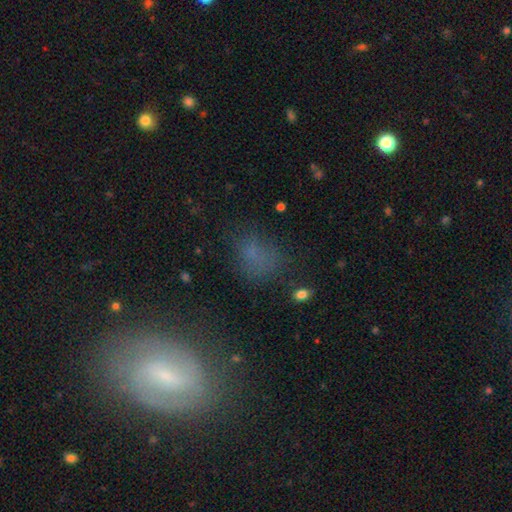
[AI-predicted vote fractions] smooth_or_featured: smooth (p=0.54) [alt: star or artifact p=0.24]
how_rounded: in between (p=0.61) [alt: round p=0.36]
merging: none (p=0.59) [alt: minor disturbance p=0.21]